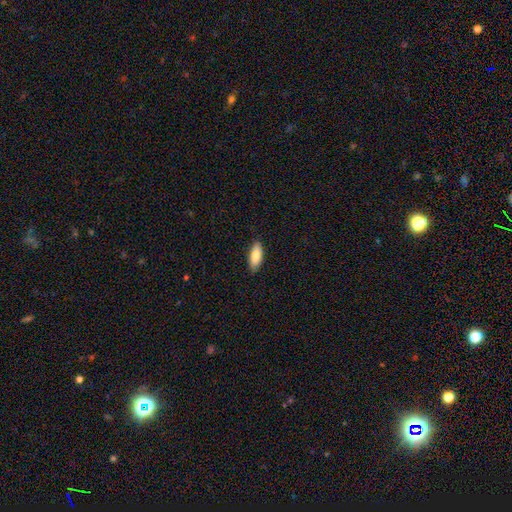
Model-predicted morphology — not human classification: The model was most divided on "how rounded": in between: 78%, cigar-shaped: 20%, round: 2%. More confident: merging — none (86%); smooth or featured — smooth (84%).